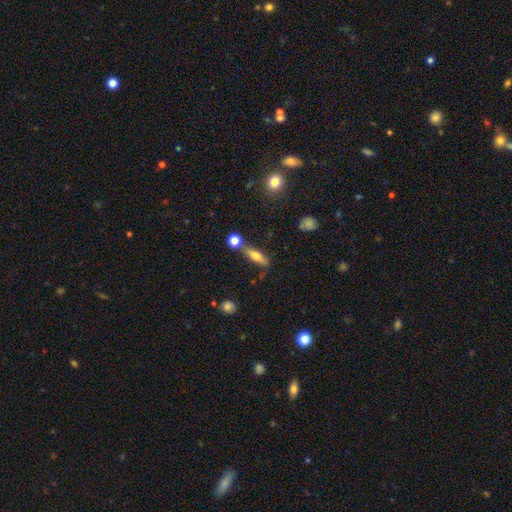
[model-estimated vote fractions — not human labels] Smooth or featured? smooth (66%)
How rounded? cigar-shaped (53%)
Merging? none (61%)